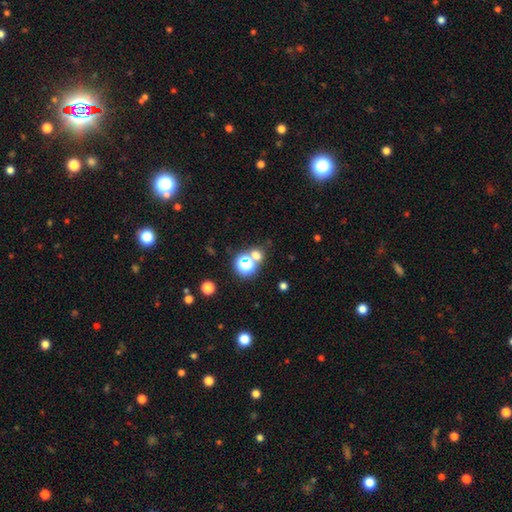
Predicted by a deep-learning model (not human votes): Smooth or featured? Predicted: smooth (p=0.55). How rounded? Predicted: round (p=0.79). Merging? Predicted: none (p=0.60).